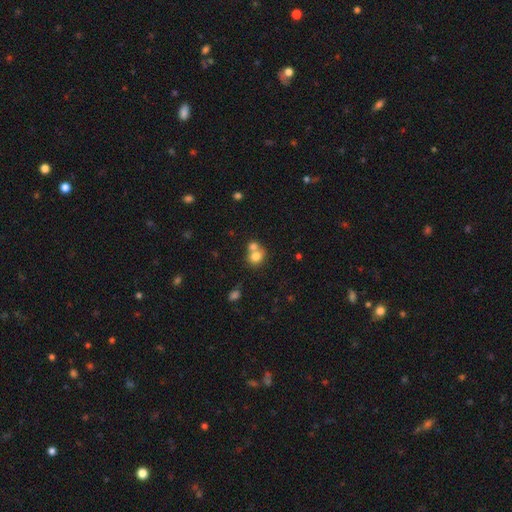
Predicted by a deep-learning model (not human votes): smooth 76%, featured or disk 13%, star or artifact 11%. Down the decision tree: how rounded — round (66%); merging — merger (55%).